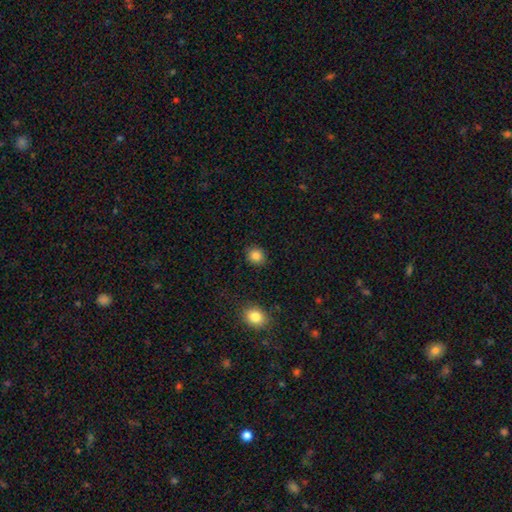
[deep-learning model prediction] smooth-or-featured: smooth: 85% | star or artifact: 10% | featured or disk: 5%
  how-rounded: round: 77% | in between: 22% | cigar-shaped: 1%
  merging: none: 89% | minor disturbance: 8% | major disturbance: 2% | merger: 1%